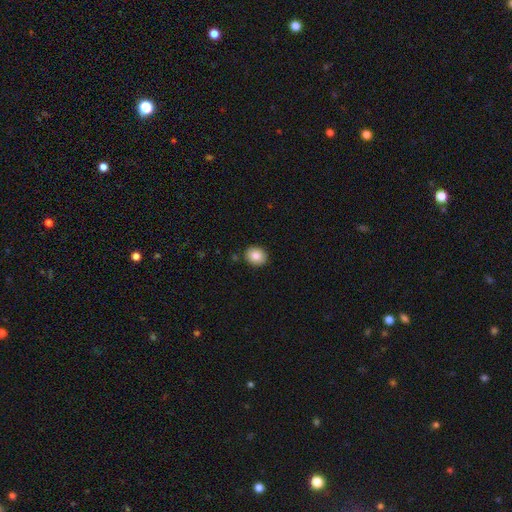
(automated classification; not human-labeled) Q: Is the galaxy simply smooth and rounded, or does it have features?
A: smooth — 85%.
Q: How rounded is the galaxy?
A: round — 63%.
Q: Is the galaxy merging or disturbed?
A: none — 89%.